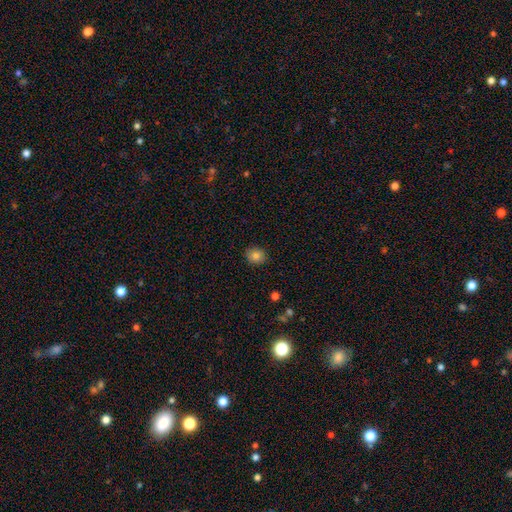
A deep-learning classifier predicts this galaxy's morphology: Smooth or featured? Predicted: smooth (p=0.83). How rounded? Predicted: round (p=0.70). Merging? Predicted: none (p=0.89).